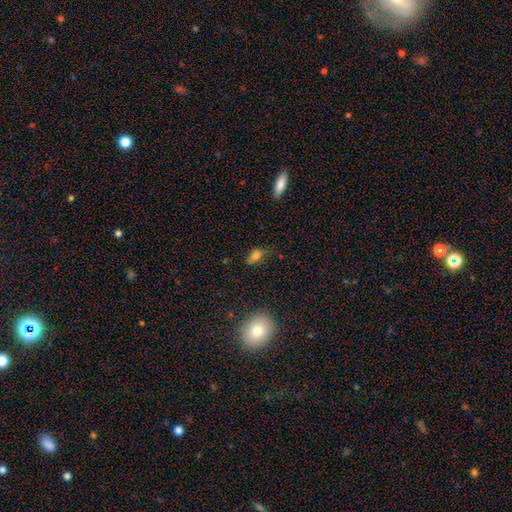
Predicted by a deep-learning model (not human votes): Smooth or featured? Predicted: smooth (p=0.71). How rounded? Predicted: in between (p=0.78). Merging? Predicted: none (p=0.56).